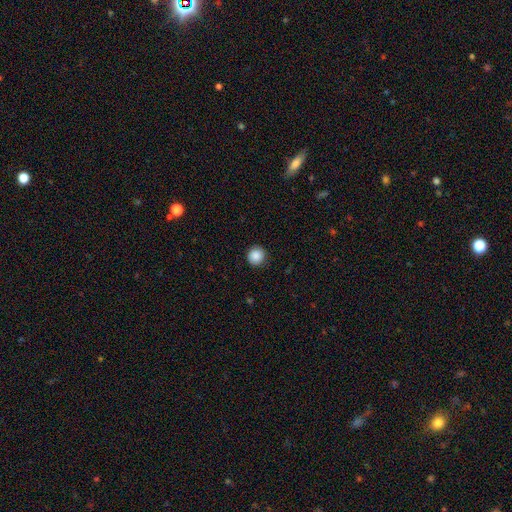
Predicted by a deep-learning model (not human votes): smooth 88%, star or artifact 9%, featured or disk 3%. Down the decision tree: how rounded — round (94%); merging — none (90%).